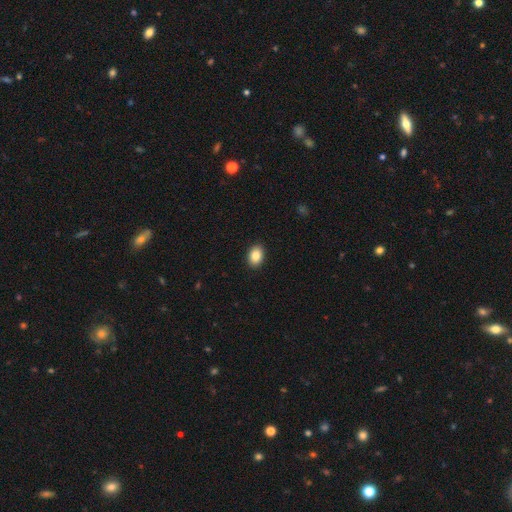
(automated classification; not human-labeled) This is clearly a smooth galaxy (86%). How rounded: likely in between (78%). Merging: clearly none (91%).